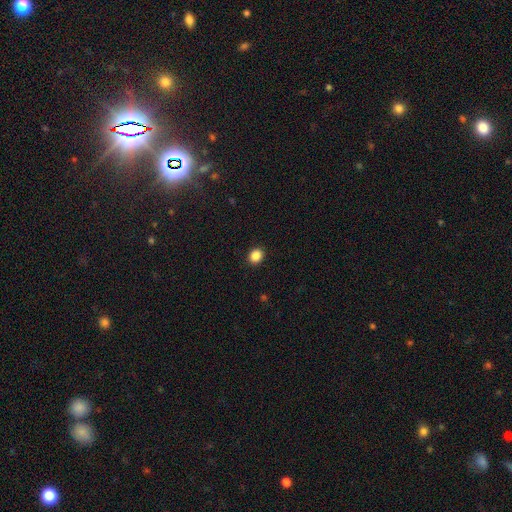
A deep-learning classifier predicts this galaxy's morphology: This is clearly a smooth galaxy (87%). How rounded: likely round (65%). Merging: clearly none (92%).